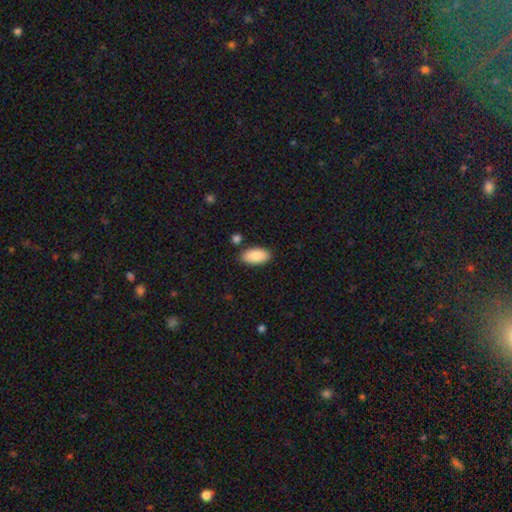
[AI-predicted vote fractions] Smooth or featured? smooth (88%)
How rounded? in between (95%)
Merging? none (84%)